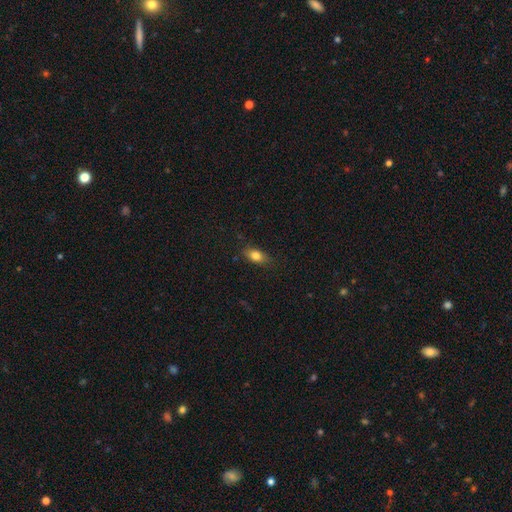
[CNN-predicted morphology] smooth-or-featured: smooth: 82% | star or artifact: 9% | featured or disk: 9%
  how-rounded: in between: 81% | round: 12% | cigar-shaped: 7%
  merging: none: 80% | minor disturbance: 15% | major disturbance: 3% | merger: 1%